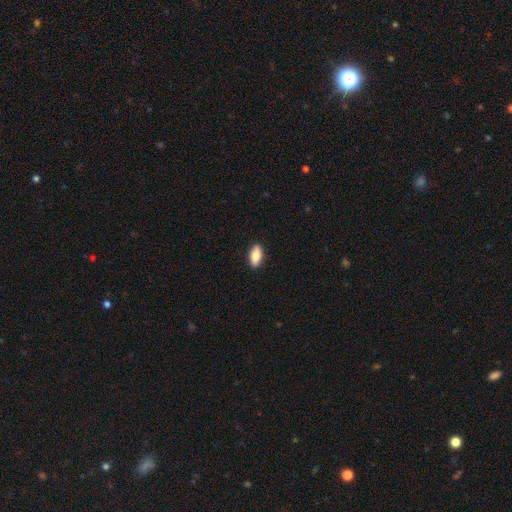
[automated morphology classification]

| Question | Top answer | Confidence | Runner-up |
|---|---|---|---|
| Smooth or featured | smooth | 82% | featured or disk (11%) |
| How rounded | in between | 88% | cigar-shaped (9%) |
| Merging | none | 90% | minor disturbance (8%) |